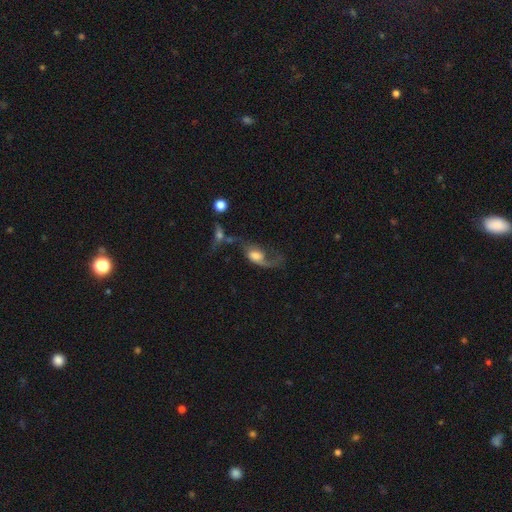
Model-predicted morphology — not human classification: Smooth or featured? Predicted: featured or disk (p=0.66). Edge-on disk? Predicted: no (p=0.93). Bar? Predicted: no (p=0.59). Spiral arms? Predicted: yes (p=0.88). Spiral winding? Predicted: loose (p=0.79). Spiral arm count? Predicted: 2 (p=0.57). Bulge size? Predicted: moderate (p=0.41). Merging? Predicted: major disturbance (p=0.34).